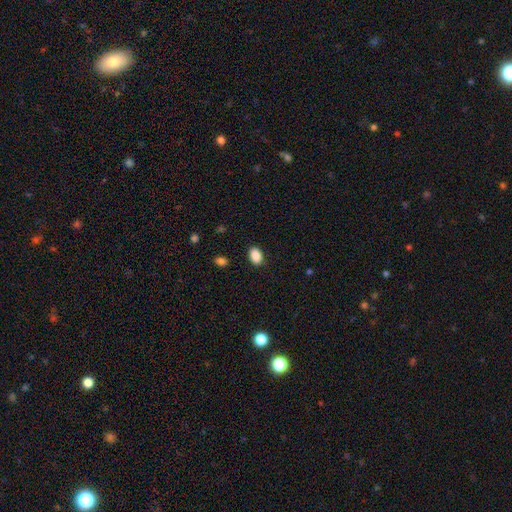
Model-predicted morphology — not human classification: Smooth or featured? smooth (89%)
How rounded? in between (82%)
Merging? none (88%)